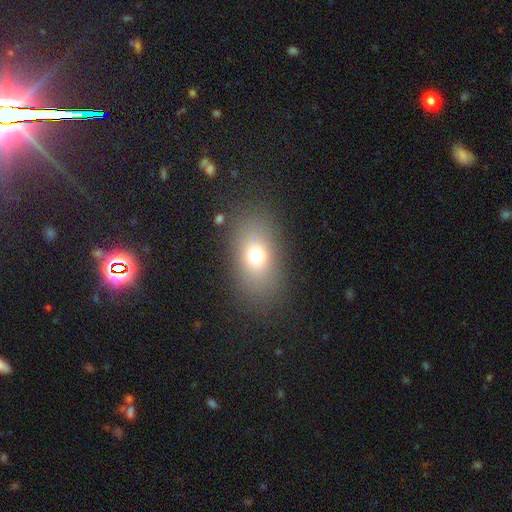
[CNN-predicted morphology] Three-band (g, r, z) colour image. It shows a smooth galaxy with no disk features (71%) that is in between round and cigar-shaped (80%). Merging: none (83%).